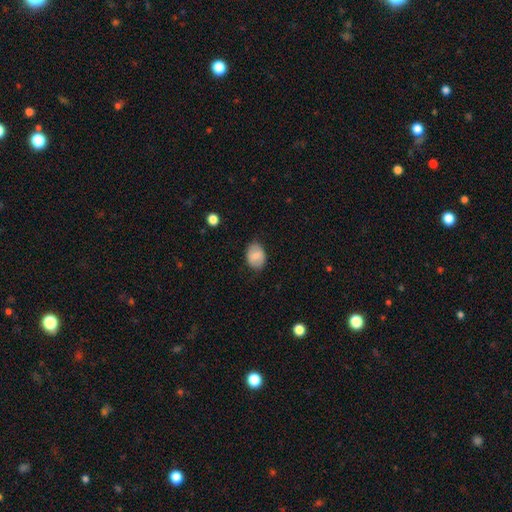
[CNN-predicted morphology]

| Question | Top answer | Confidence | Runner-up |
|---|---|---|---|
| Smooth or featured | smooth | 75% | featured or disk (18%) |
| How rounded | in between | 70% | round (29%) |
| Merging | none | 78% | minor disturbance (17%) |